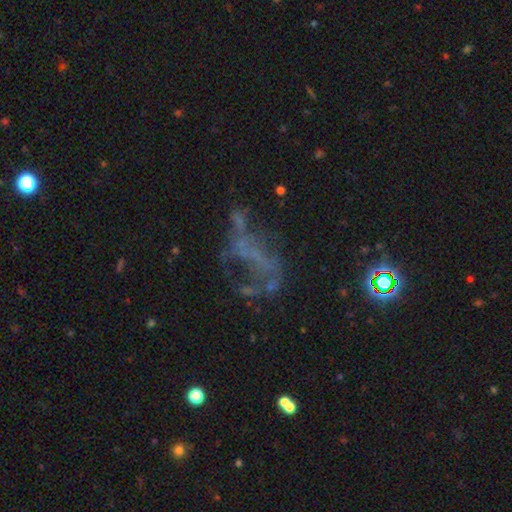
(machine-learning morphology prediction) This is possibly a featured or disk galaxy (50%). It is clearly not viewed edge-on (93%). Merging: marginally major disturbance (39%).